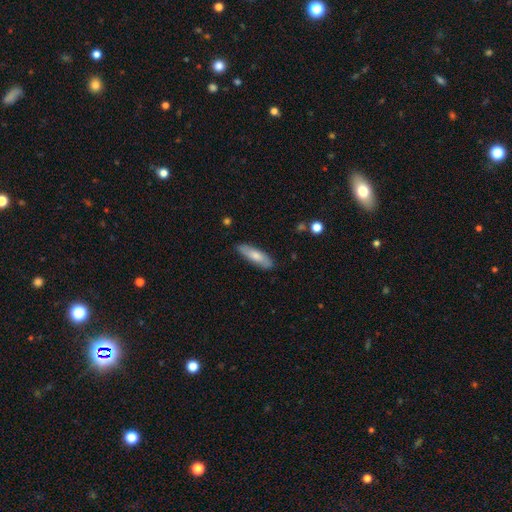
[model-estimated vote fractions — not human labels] Q: Smooth or featured?
A: smooth (71%); runner-up: featured or disk (23%)
Q: How rounded?
A: cigar-shaped (56%); runner-up: in between (43%)
Q: Merging?
A: none (85%); runner-up: minor disturbance (12%)